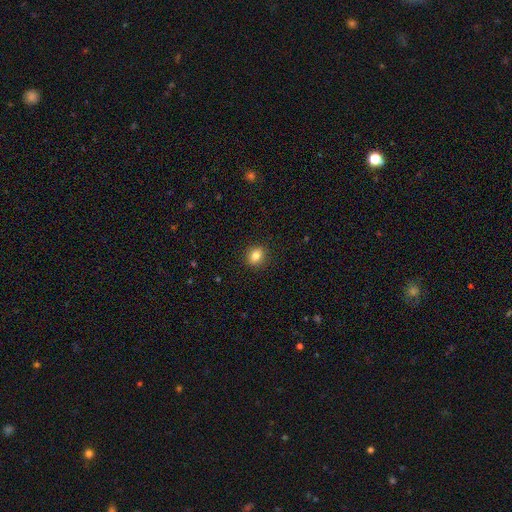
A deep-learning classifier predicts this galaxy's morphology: This is clearly a smooth galaxy (82%). How rounded: possibly round (53%). Merging: clearly none (90%).